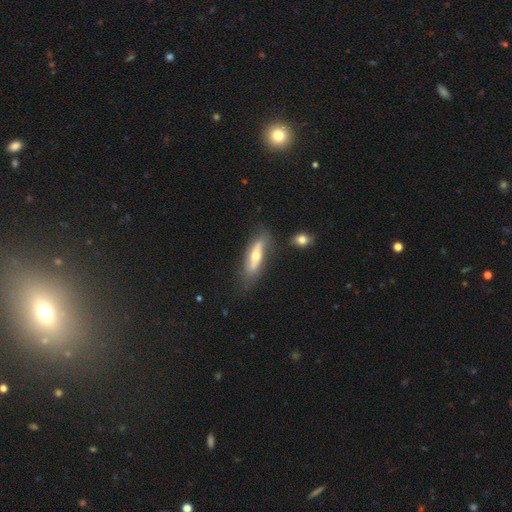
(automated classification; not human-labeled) A featured or disk galaxy (53%). Merging: none (67%).